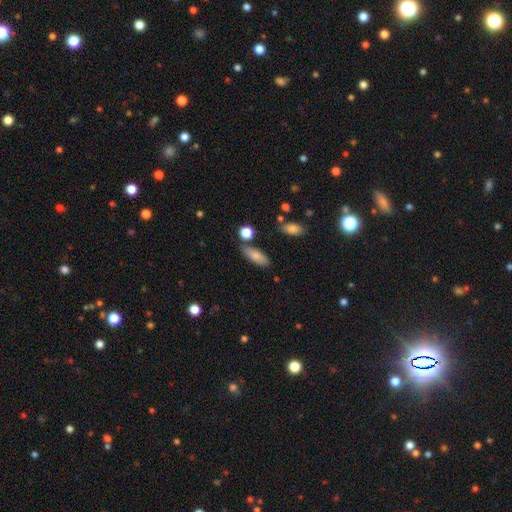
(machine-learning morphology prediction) The model was most divided on "how rounded": in between: 71%, cigar-shaped: 25%, round: 4%. More confident: smooth or featured — smooth (82%); merging — none (77%).